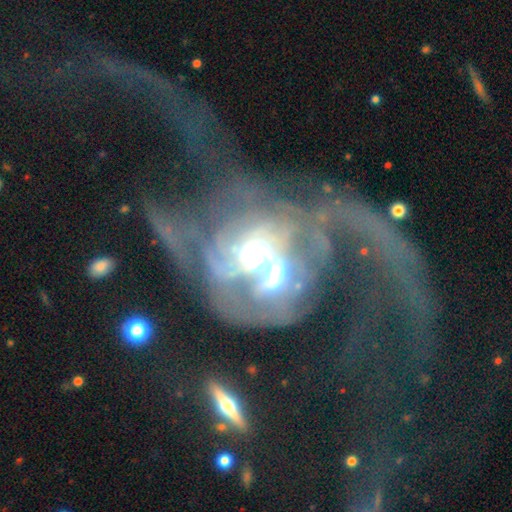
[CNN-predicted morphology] The model was most divided on "spiral arms": yes: 56%, no: 44%. Remaining: edge-on disk — no (95%); smooth or featured — featured or disk (74%); bar — no (70%); merging — major disturbance (49%); bulge size — moderate (48%).